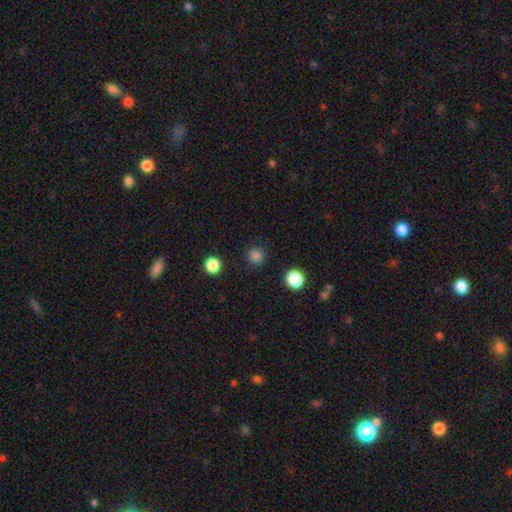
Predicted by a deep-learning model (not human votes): smooth-or-featured: smooth: 82% | star or artifact: 15% | featured or disk: 3%
  how-rounded: round: 95% | in between: 5% | cigar-shaped: 1%
  merging: none: 89% | minor disturbance: 6% | major disturbance: 3% | merger: 2%